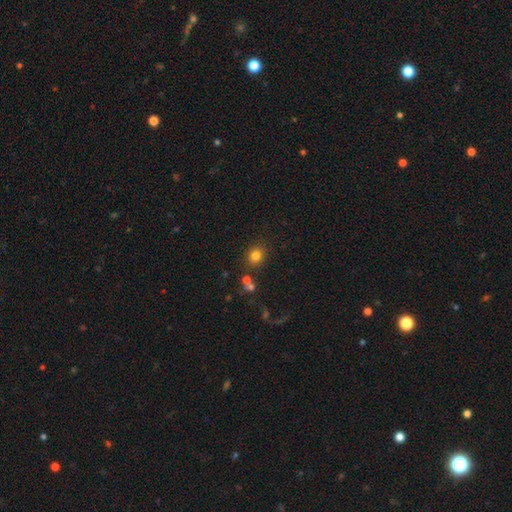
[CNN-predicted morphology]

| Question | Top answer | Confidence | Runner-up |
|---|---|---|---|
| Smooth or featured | smooth | 79% | star or artifact (14%) |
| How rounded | round | 74% | in between (26%) |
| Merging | none | 81% | minor disturbance (9%) |